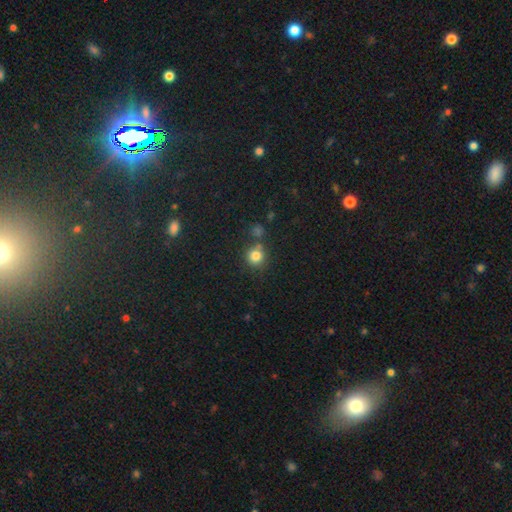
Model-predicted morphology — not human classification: A smooth galaxy with no disk features (81%) that is round (90%).

Vote fractions:
- Smooth or featured? smooth: 81% / star or artifact: 13% / featured or disk: 6%
- How rounded? round: 90% / in between: 9% / cigar-shaped: 1%
- Merging? none: 70% / merger: 16% / minor disturbance: 10% / major disturbance: 4%